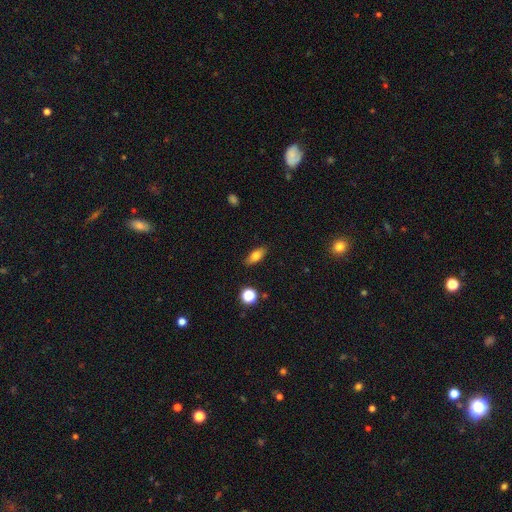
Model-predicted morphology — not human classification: smooth-or-featured: smooth: 74% | featured or disk: 17% | star or artifact: 9%
  how-rounded: in between: 79% | cigar-shaped: 15% | round: 6%
  merging: none: 87% | minor disturbance: 9% | major disturbance: 2% | merger: 1%